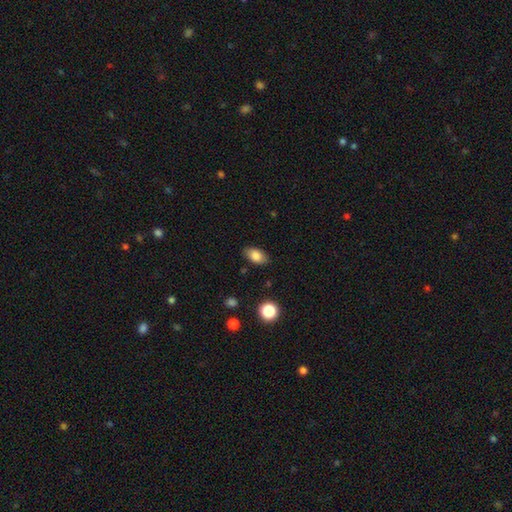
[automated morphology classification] This is clearly a smooth galaxy (82%). How rounded: clearly in between (89%). Merging: clearly none (84%).